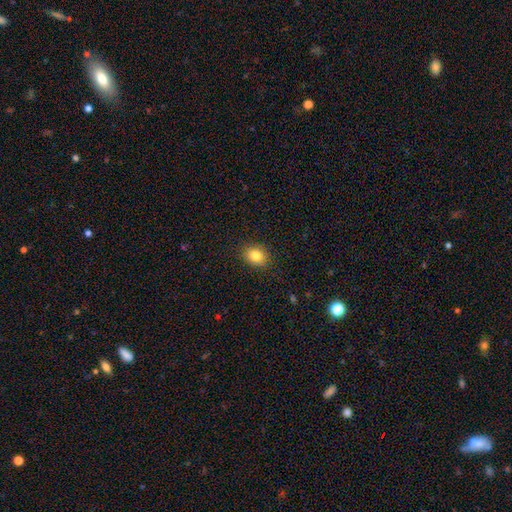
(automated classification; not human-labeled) This is clearly a smooth galaxy (83%). How rounded: possibly round (50%). Merging: clearly none (89%).